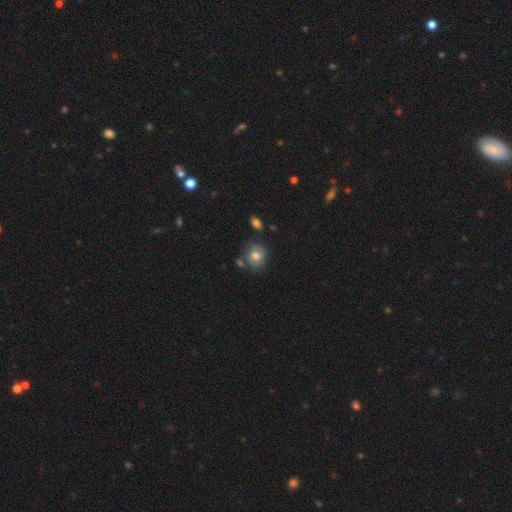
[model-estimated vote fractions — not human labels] Smooth or featured? smooth (66%)
How rounded? round (75%)
Merging? none (65%)